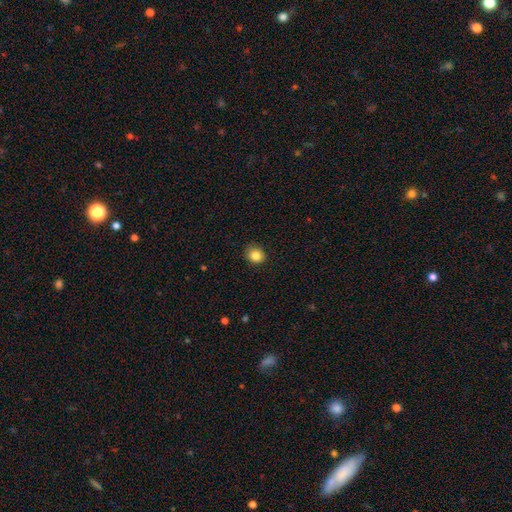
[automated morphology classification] smooth 84%, star or artifact 10%, featured or disk 6%. Down the decision tree: how rounded — round (72%); merging — none (87%).